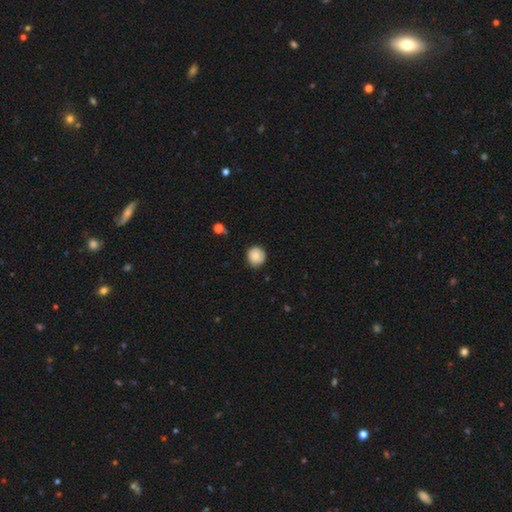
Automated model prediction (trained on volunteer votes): Morphology: type=smooth (84%); roundness=round (91%); merging=none (85%).